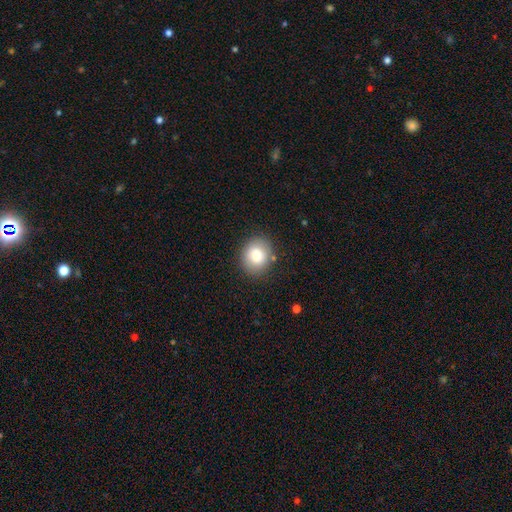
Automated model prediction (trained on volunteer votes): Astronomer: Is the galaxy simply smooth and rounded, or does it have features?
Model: smooth — 82%.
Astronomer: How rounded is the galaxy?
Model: round — 64%.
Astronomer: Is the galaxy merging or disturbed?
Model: none — 84%.